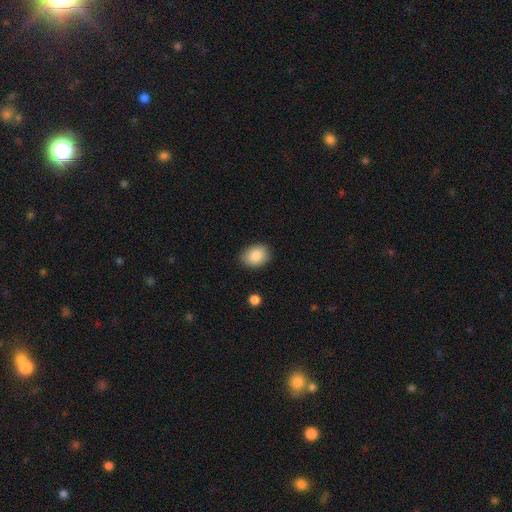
A smooth galaxy with no disk features (89%) that is in between round and cigar-shaped (55%). Merging: none (89%).